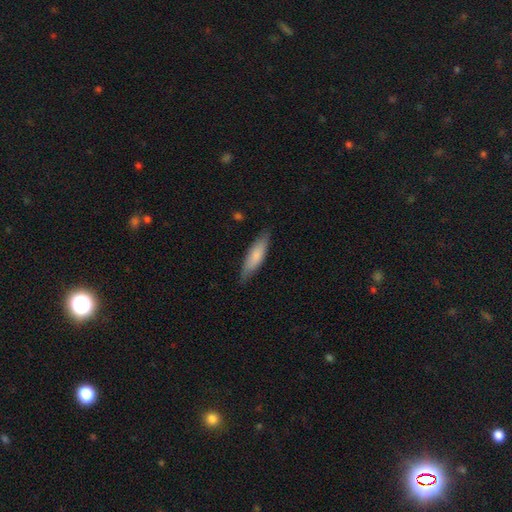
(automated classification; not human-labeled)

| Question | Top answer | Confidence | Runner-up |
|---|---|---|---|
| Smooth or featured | smooth | 74% | featured or disk (21%) |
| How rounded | cigar-shaped | 62% | in between (36%) |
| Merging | none | 78% | minor disturbance (18%) |